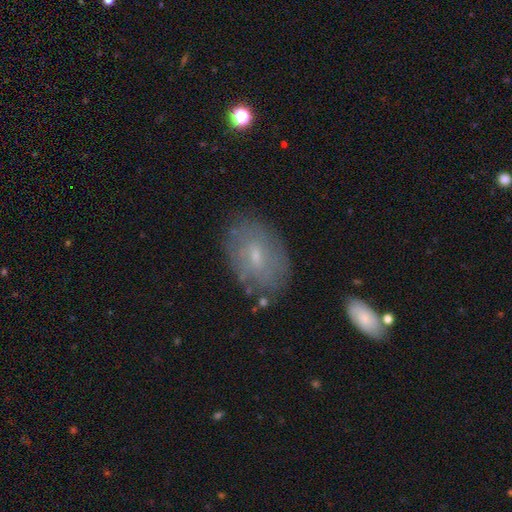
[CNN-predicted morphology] A smooth galaxy with no disk features (50%) that is in between round and cigar-shaped (84%). Merging: none (77%).